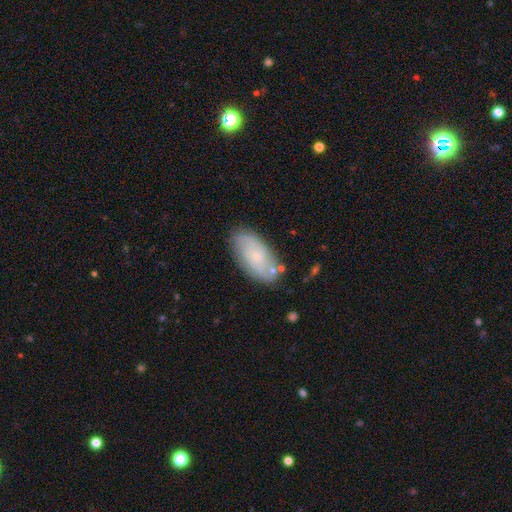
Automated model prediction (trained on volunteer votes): A smooth galaxy with no disk features (50%). Merging: none (76%).